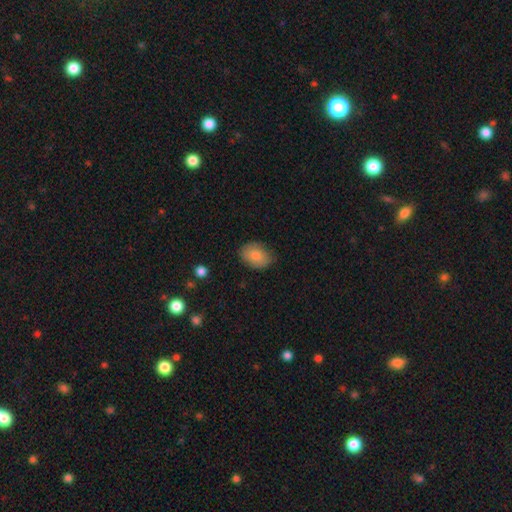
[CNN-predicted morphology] Smooth or featured?
  - smooth: 83% *
  - featured or disk: 10%
  - star or artifact: 7%
How rounded?
  - in between: 75% *
  - round: 24%
  - cigar-shaped: 1%
Merging?
  - none: 79% *
  - minor disturbance: 16%
  - major disturbance: 3%
  - merger: 1%